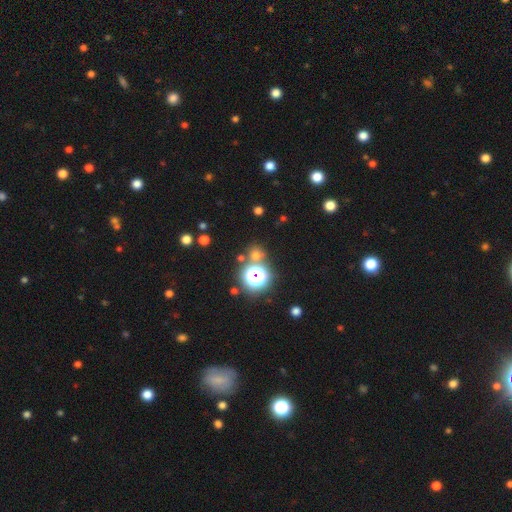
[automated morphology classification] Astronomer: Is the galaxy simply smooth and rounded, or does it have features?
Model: smooth — 54% (runner-up: star or artifact, 38%).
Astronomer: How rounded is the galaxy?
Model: round — 88%.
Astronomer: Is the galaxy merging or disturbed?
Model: none — 75%.